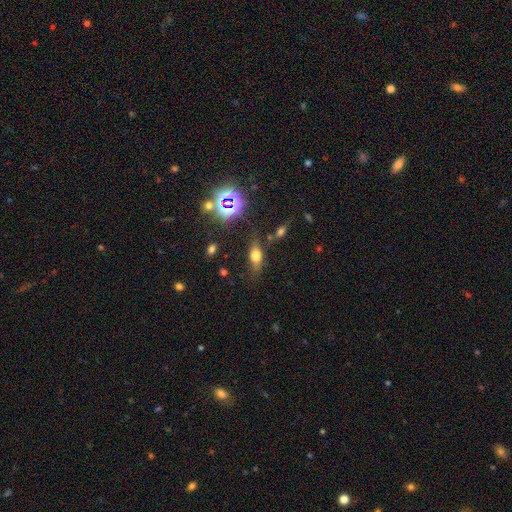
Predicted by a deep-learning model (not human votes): Smooth or featured? smooth (64%)
How rounded? in between (74%)
Merging? none (66%)